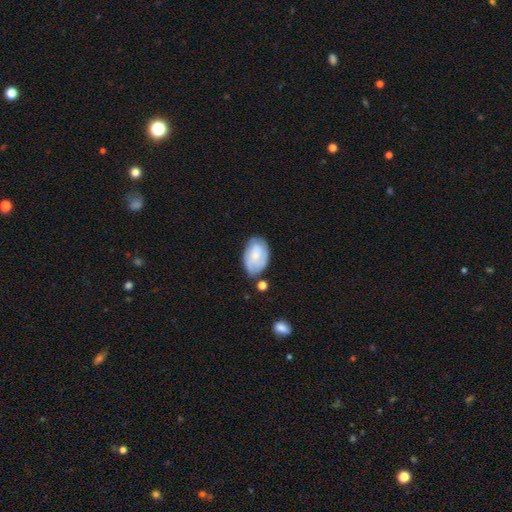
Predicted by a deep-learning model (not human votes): Smooth or featured? smooth (54%)
How rounded? in between (90%)
Merging? none (65%)